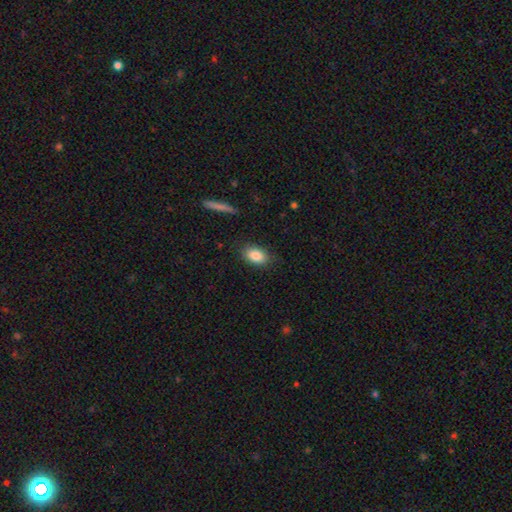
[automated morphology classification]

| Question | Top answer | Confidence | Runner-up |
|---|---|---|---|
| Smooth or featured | smooth | 84% | star or artifact (8%) |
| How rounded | in between | 86% | round (12%) |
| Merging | none | 85% | minor disturbance (11%) |